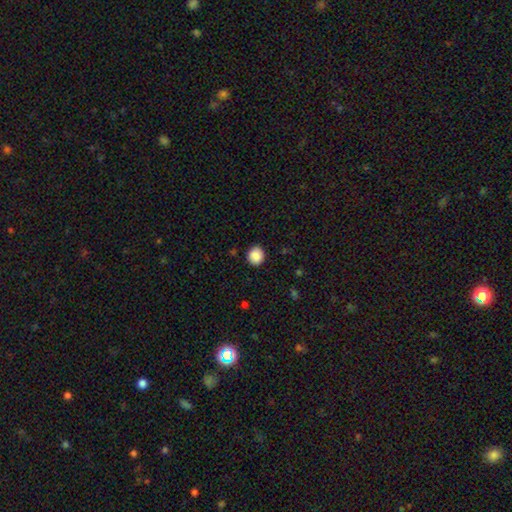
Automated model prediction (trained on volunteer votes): Q: Smooth or featured?
A: smooth (88%); runner-up: star or artifact (8%)
Q: How rounded?
A: round (86%); runner-up: in between (13%)
Q: Merging?
A: none (90%); runner-up: minor disturbance (7%)